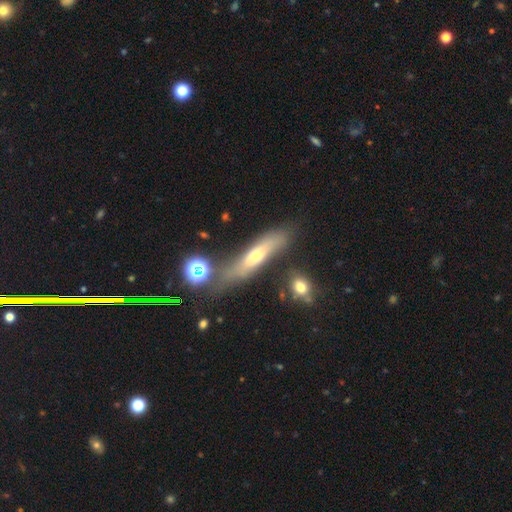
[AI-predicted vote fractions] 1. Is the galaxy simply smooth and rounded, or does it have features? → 49% smooth, 40% featured or disk, 11% star or artifact.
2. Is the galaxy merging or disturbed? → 58% none, 22% minor disturbance, 10% merger, 10% major disturbance.